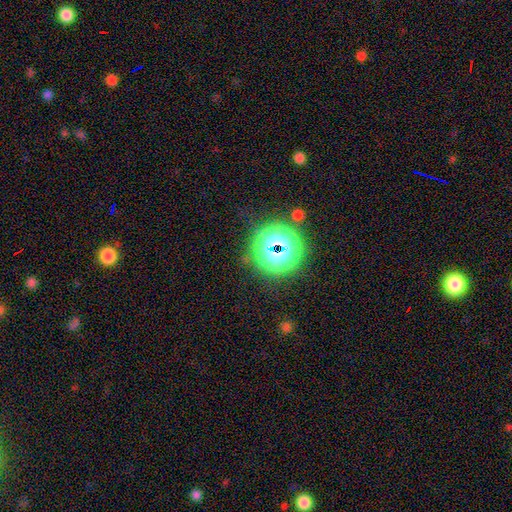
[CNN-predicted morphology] star or artifact 72%, smooth 20%, featured or disk 7%.